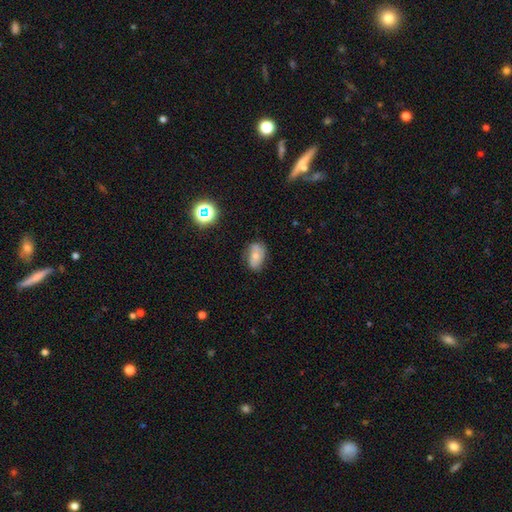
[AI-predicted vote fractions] This is possibly a smooth galaxy (52%). How rounded: clearly in between (84%). Merging: likely none (63%).